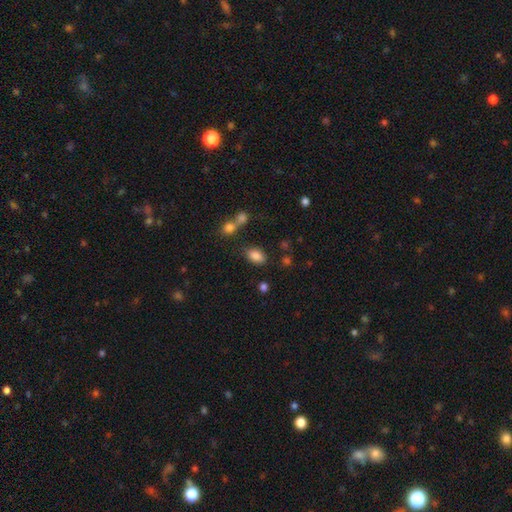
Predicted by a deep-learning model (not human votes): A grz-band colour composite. It shows a smooth galaxy with no disk features (84%) that is in between round and cigar-shaped (87%). Merging: none (75%).